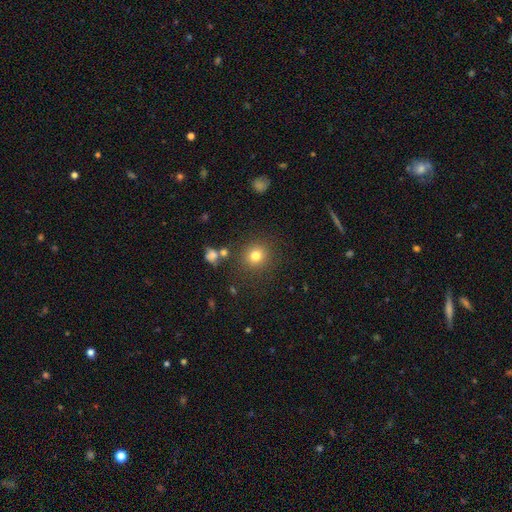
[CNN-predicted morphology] This is likely a smooth galaxy (79%). How rounded: clearly round (91%). Merging: clearly none (85%).